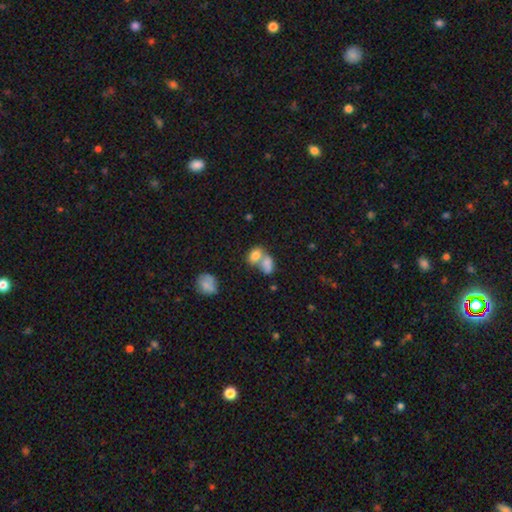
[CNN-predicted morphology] smooth 80%, featured or disk 11%, star or artifact 9%. Down the decision tree: how rounded — in between (82%); merging — merger (62%).